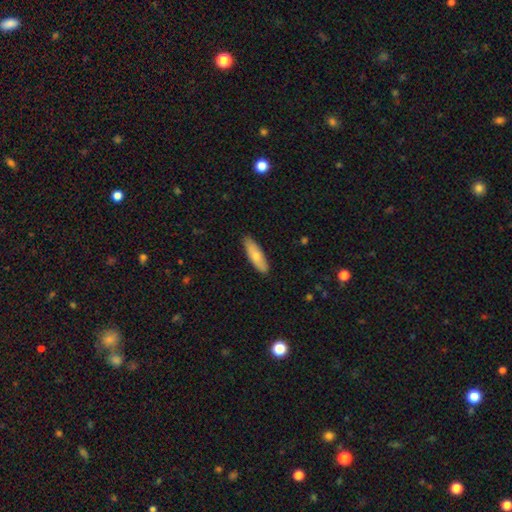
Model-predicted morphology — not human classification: type=smooth (73%); roundness=cigar-shaped (49%, tied with in between); merging=none (89%).